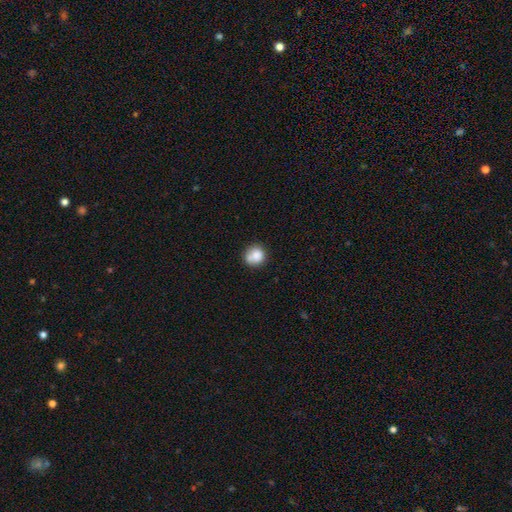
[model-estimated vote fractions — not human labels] This appears to be a smooth galaxy with no disk features (81%) that is round (84%). Merging: none (59%).